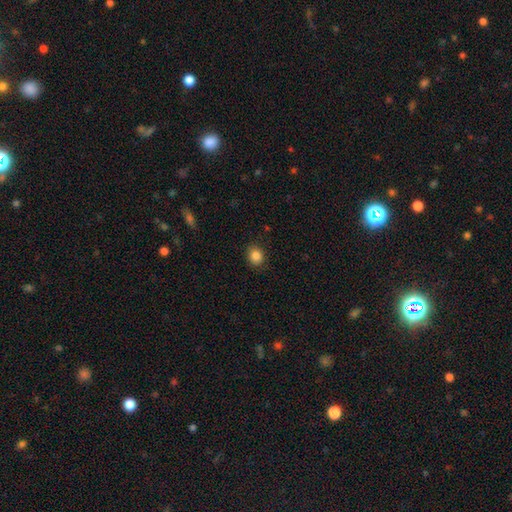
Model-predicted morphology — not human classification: The model was most divided on "how rounded": round: 70%, in between: 29%, cigar-shaped: 1%. More confident: merging — none (88%); smooth or featured — smooth (86%).